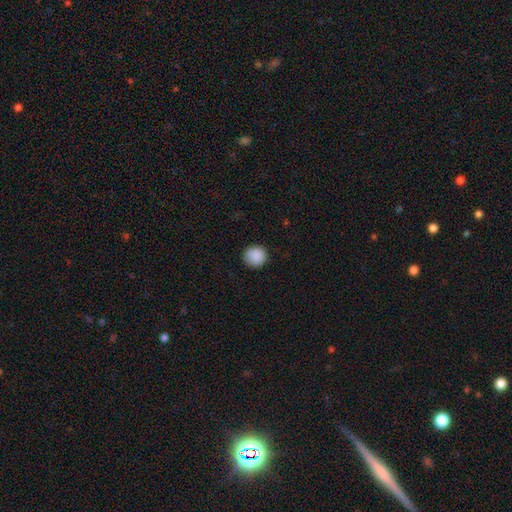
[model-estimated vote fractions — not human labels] The model was most divided on "merging": none: 89%, minor disturbance: 8%, major disturbance: 2%, merger: 1%. More confident: how rounded — round (91%); smooth or featured — smooth (89%).